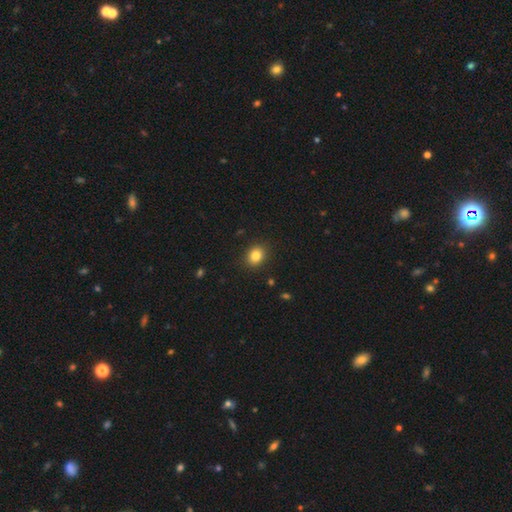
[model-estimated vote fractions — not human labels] Morphology: type=smooth (84%); roundness=round (55%); merging=none (89%).